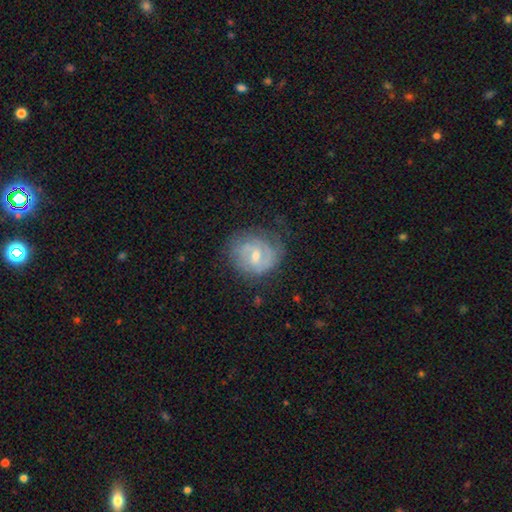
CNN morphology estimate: Q: Smooth or featured?
A: featured or disk (69%); runner-up: smooth (24%)
Q: Edge-on disk?
A: no (97%); runner-up: yes (3%)
Q: Bar?
A: weak (57%); runner-up: no (27%)
Q: Spiral arms?
A: yes (82%); runner-up: no (18%)
Q: Spiral winding?
A: tight (50%); runner-up: medium (35%)
Q: Spiral arm count?
A: 2 (55%); runner-up: can't tell (29%)
Q: Bulge size?
A: moderate (55%); runner-up: small (40%)
Q: Merging?
A: none (66%); runner-up: minor disturbance (22%)